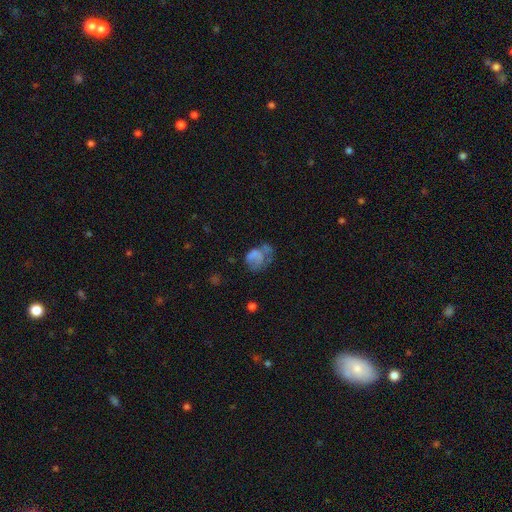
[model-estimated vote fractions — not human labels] Smooth or featured? smooth (52%)
How rounded? in between (58%)
Merging? major disturbance (39%)